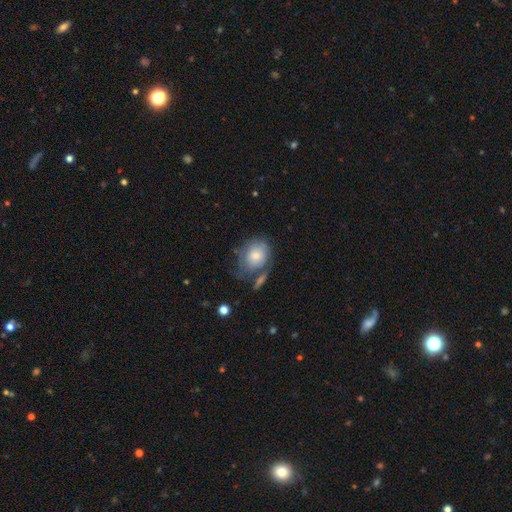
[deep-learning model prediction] Morphology: type=smooth (71%); roundness=in between (50%); merging=none (41%).